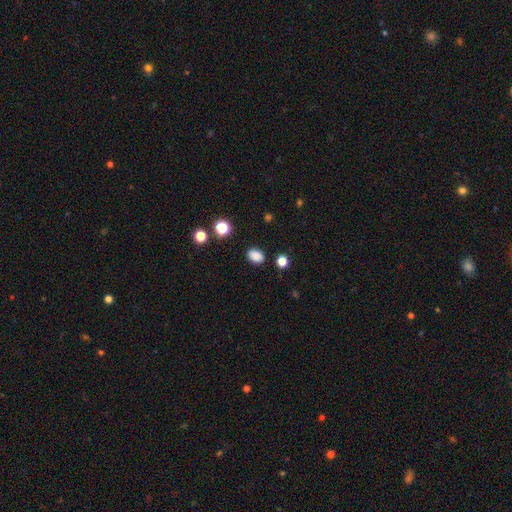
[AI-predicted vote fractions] A smooth galaxy with no disk features (85%) that is in between round and cigar-shaped (78%). Merging: none (85%).